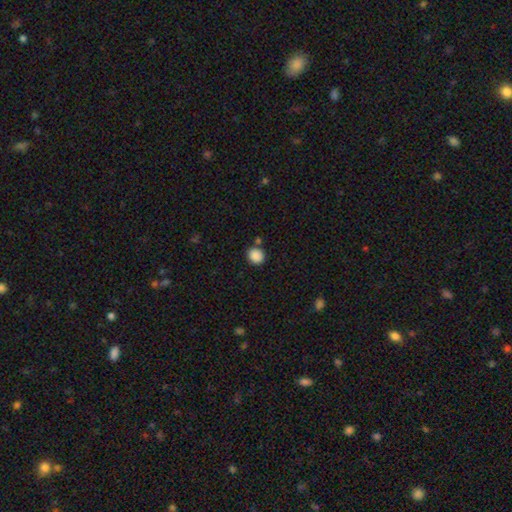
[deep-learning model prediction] This is clearly a smooth galaxy (88%). How rounded: likely round (78%). Merging: likely none (79%).